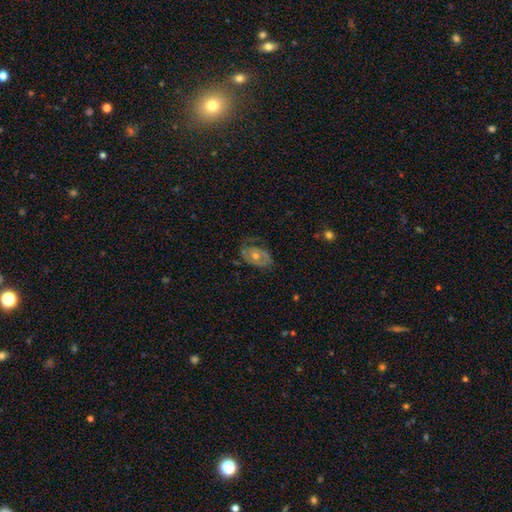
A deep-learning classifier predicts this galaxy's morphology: Q: Smooth or featured?
A: featured or disk (70%); runner-up: smooth (21%)
Q: Edge-on disk?
A: no (95%); runner-up: yes (5%)
Q: Bar?
A: no (78%); runner-up: weak (18%)
Q: Spiral arms?
A: yes (73%); runner-up: no (27%)
Q: Bulge size?
A: moderate (62%); runner-up: small (32%)
Q: Merging?
A: none (68%); runner-up: minor disturbance (20%)